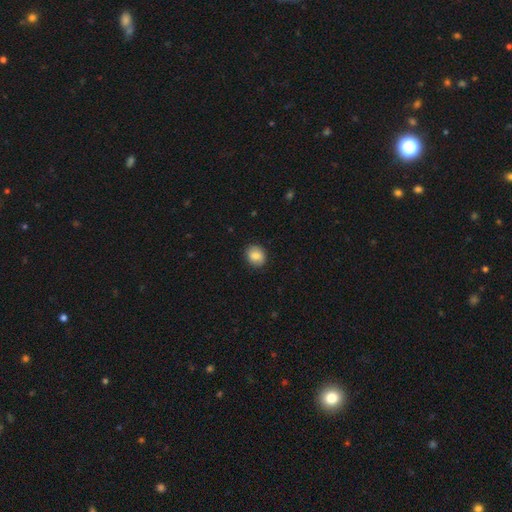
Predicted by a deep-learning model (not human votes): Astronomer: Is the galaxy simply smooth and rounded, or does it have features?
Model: smooth — 83%.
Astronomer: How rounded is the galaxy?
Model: round — 63%.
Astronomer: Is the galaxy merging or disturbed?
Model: none — 87%.